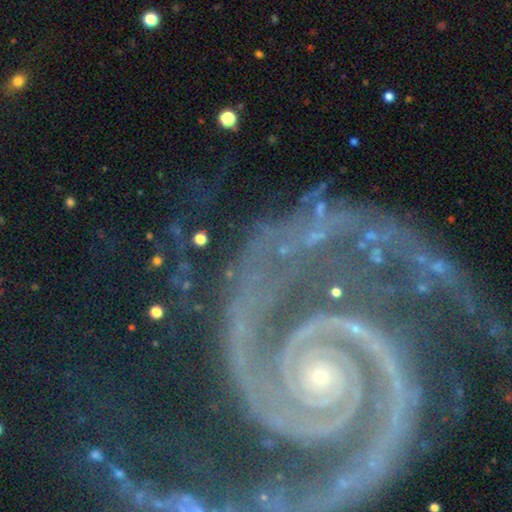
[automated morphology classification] Q: Smooth or featured?
A: featured or disk (90%); runner-up: star or artifact (7%)
Q: Edge-on disk?
A: no (98%); runner-up: yes (2%)
Q: Bar?
A: no (72%); runner-up: weak (16%)
Q: Spiral arms?
A: yes (99%); runner-up: no (1%)
Q: Spiral winding?
A: tight (66%); runner-up: medium (28%)
Q: Spiral arm count?
A: 2 (85%); runner-up: 3 (4%)
Q: Bulge size?
A: small (76%); runner-up: moderate (19%)
Q: Merging?
A: none (66%); runner-up: minor disturbance (16%)